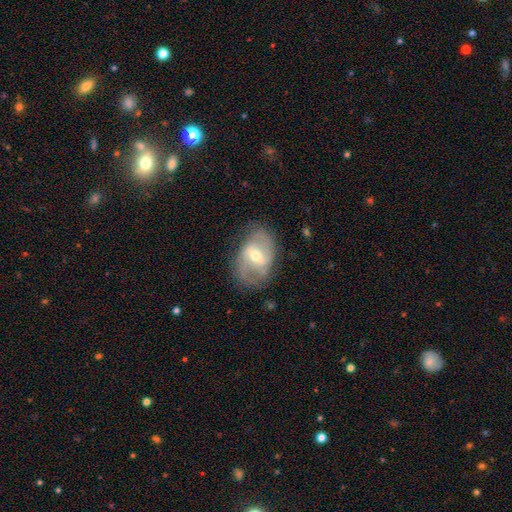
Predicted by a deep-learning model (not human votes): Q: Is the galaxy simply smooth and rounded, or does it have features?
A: featured or disk — 75%.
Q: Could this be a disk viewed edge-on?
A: no — 95%.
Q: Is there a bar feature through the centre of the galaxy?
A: weak — 52%.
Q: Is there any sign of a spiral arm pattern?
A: yes — 83%.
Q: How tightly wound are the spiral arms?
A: medium — 46%.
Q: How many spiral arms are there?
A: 2 — 72%.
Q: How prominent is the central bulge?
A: moderate — 58%.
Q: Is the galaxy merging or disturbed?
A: none — 71%.